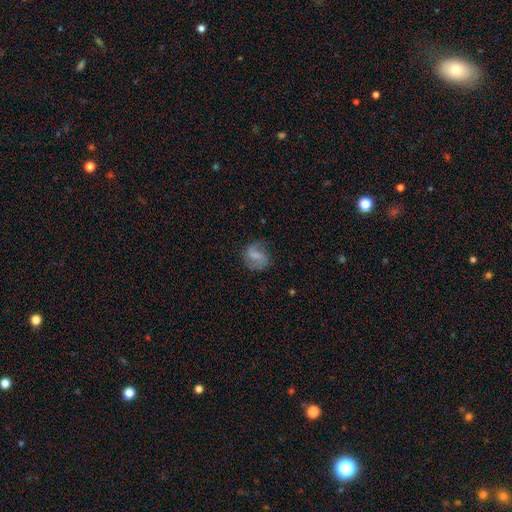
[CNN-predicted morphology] featured or disk 56%, smooth 35%, star or artifact 8%. Down the decision tree: edge-on disk — no (97%); bar — weak (48%); spiral arms — yes (85%); bulge size — none (47%); merging — none (69%).